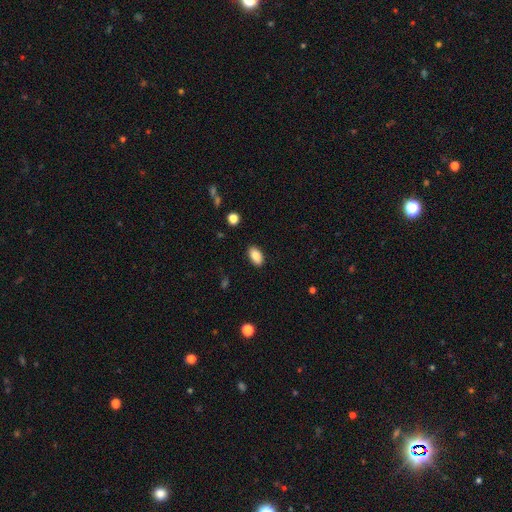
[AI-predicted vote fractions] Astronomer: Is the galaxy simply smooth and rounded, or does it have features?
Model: smooth — 87%.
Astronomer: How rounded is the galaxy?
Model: in between — 93%.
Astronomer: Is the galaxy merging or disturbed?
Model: none — 88%.